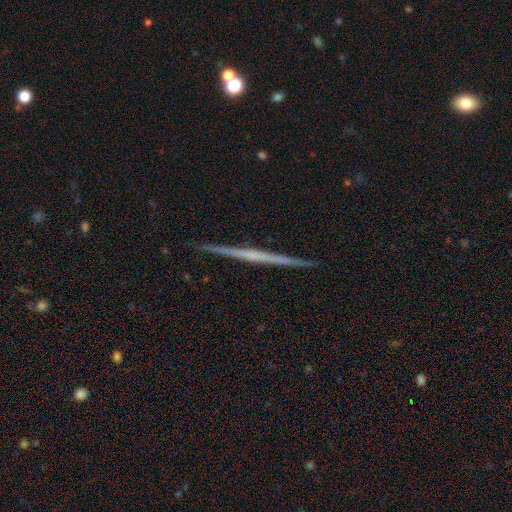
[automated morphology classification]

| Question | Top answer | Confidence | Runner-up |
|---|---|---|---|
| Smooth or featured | featured or disk | 74% | smooth (19%) |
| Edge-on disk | yes | 98% | no (2%) |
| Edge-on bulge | none | 69% | rounded (24%) |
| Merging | none | 93% | minor disturbance (5%) |